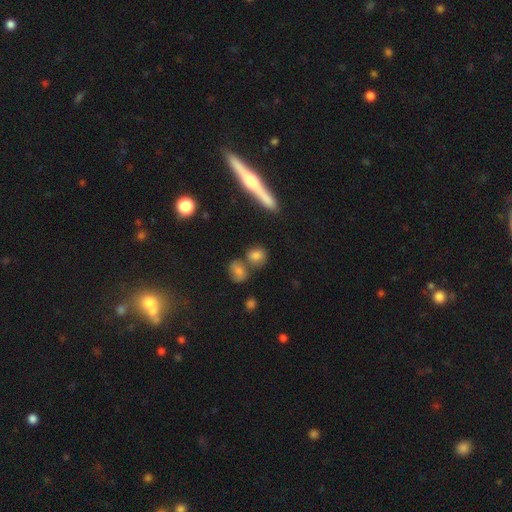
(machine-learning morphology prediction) smooth-or-featured: smooth: 75% | star or artifact: 13% | featured or disk: 12%
  how-rounded: round: 52% | in between: 38% | cigar-shaped: 9%
  merging: none: 58% | merger: 24% | minor disturbance: 13% | major disturbance: 6%